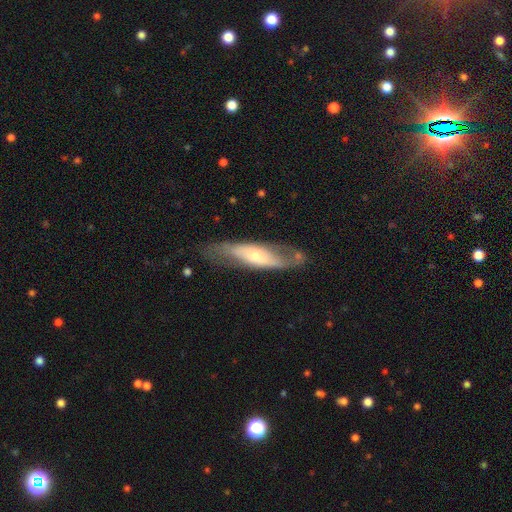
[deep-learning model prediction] smooth_or_featured: featured or disk (p=0.58) [alt: smooth p=0.36]
disk_edge_on: no (p=0.62) [alt: yes p=0.38]
merging: none (p=0.64) [alt: minor disturbance p=0.21]